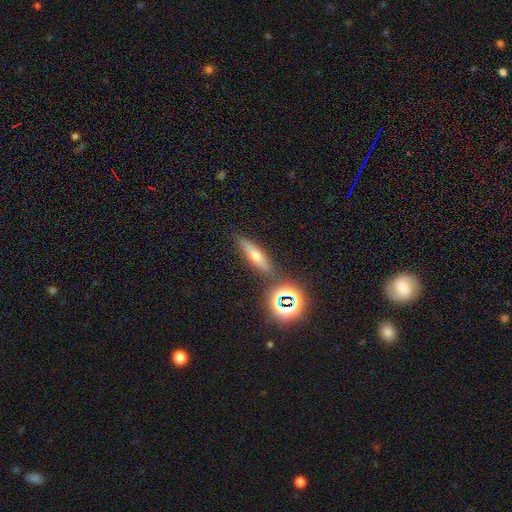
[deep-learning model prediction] Overall: smooth (46%; featured or disk 35%). Merging: none (81%).